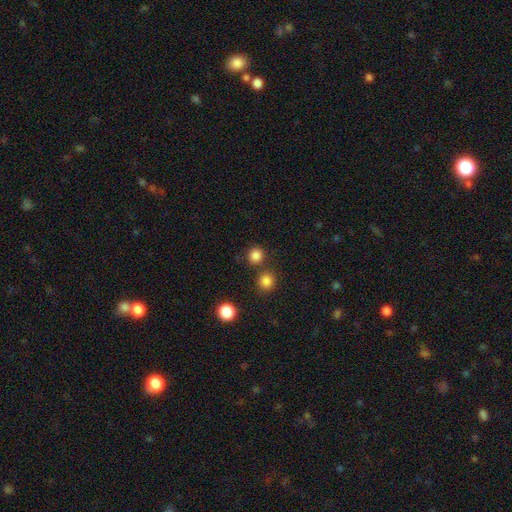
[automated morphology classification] type=smooth (83%); roundness=round (92%); merging=none (79%).